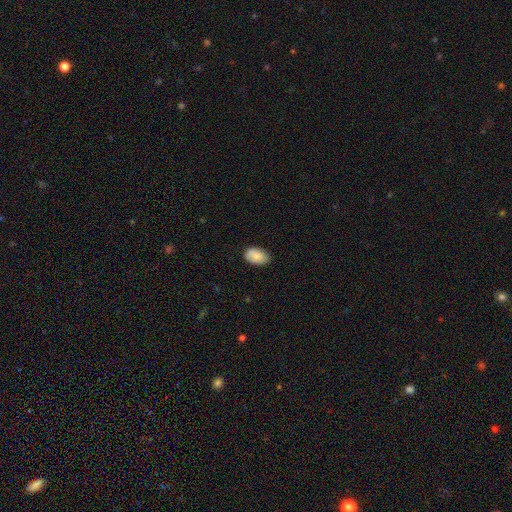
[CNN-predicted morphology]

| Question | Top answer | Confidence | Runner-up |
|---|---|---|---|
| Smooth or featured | smooth | 86% | featured or disk (7%) |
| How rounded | in between | 92% | round (7%) |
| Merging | none | 78% | minor disturbance (18%) |